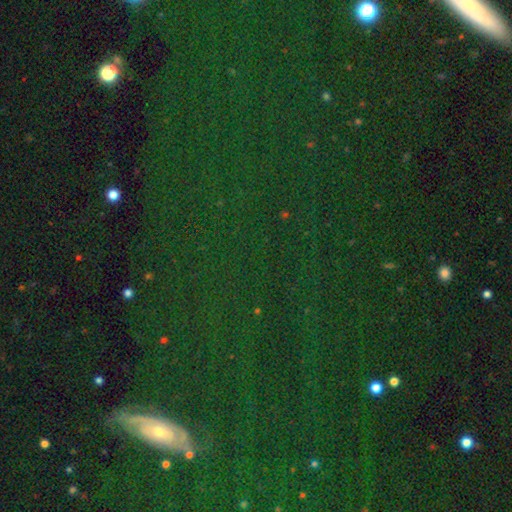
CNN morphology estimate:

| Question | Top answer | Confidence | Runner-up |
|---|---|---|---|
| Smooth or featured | star or artifact | 69% | smooth (18%) |